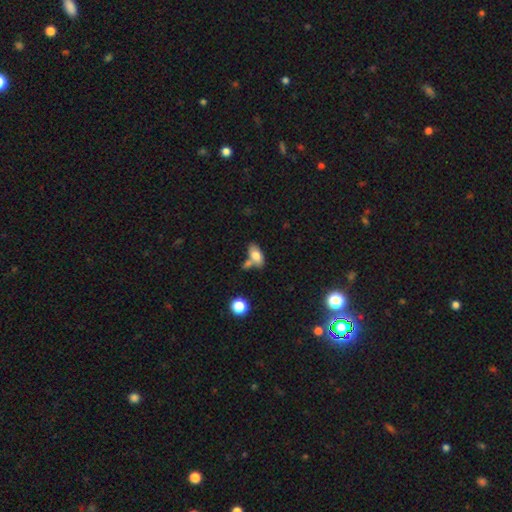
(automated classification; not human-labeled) smooth_or_featured: smooth (p=0.76) [alt: featured or disk p=0.15]
how_rounded: in between (p=0.89) [alt: cigar-shaped p=0.07]
merging: none (p=0.50) [alt: merger p=0.30]